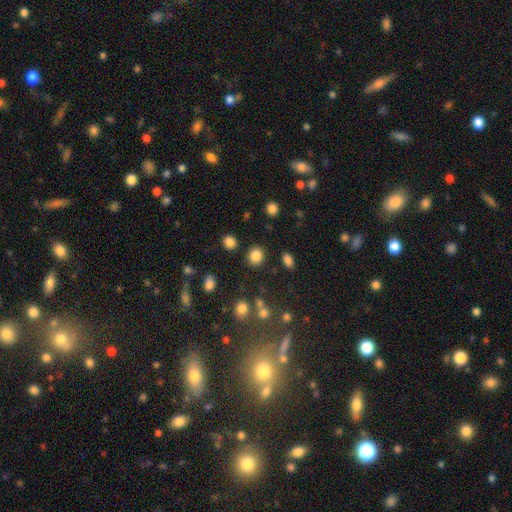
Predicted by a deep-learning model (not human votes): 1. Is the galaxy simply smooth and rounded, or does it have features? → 84% smooth, 11% star or artifact, 5% featured or disk.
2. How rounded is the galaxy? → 77% round, 22% in between, 1% cigar-shaped.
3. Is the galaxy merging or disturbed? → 87% none, 7% minor disturbance, 3% merger, 3% major disturbance.